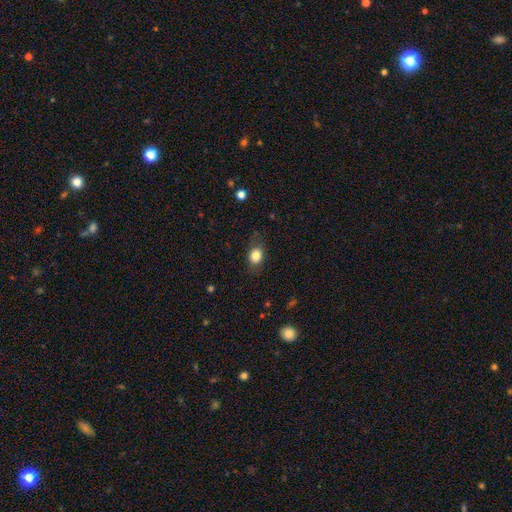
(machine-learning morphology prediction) smooth 82%, star or artifact 9%, featured or disk 8%. Down the decision tree: how rounded — in between (57%); merging — none (78%).